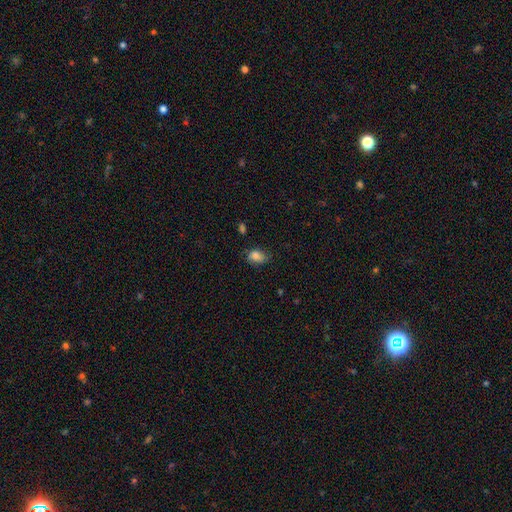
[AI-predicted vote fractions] A smooth galaxy with no disk features (83%) that is in between round and cigar-shaped (76%). Merging: none (65%).